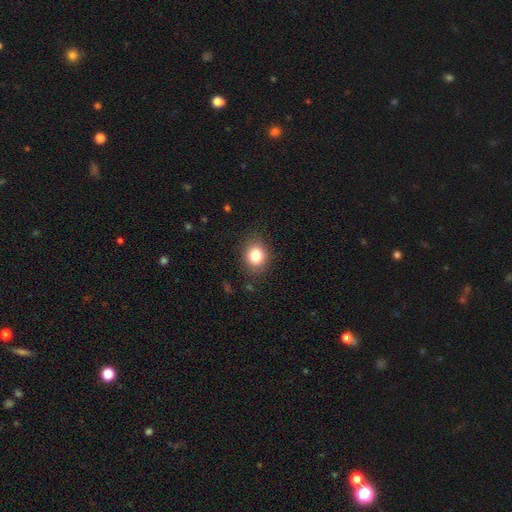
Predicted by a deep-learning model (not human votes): Q: Smooth or featured?
A: smooth (81%); runner-up: star or artifact (11%)
Q: How rounded?
A: round (60%); runner-up: in between (39%)
Q: Merging?
A: none (85%); runner-up: minor disturbance (11%)